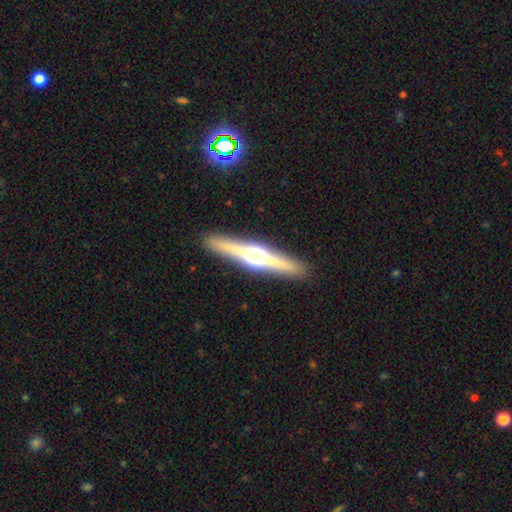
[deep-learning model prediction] Morphology: type=featured or disk (74%); edge-on=yes (97%); edge-on bulge=rounded (94%); merging=none (91%).